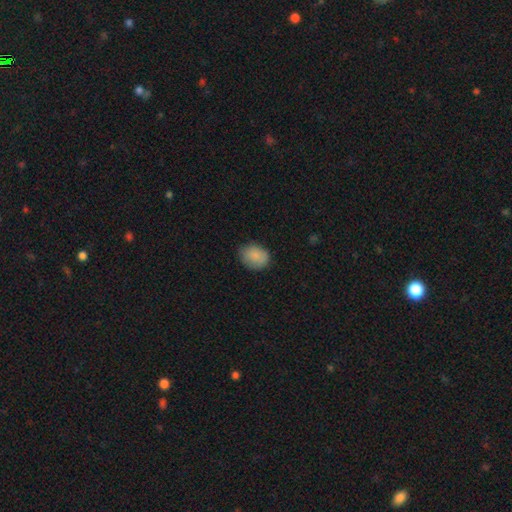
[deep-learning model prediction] A smooth galaxy with no disk features (86%) that is in between round and cigar-shaped (55%).

Vote fractions:
- Smooth or featured? smooth: 86% / star or artifact: 8% / featured or disk: 6%
- How rounded? in between: 55% / round: 44% / cigar-shaped: 1%
- Merging? none: 75% / minor disturbance: 20% / major disturbance: 4% / merger: 1%